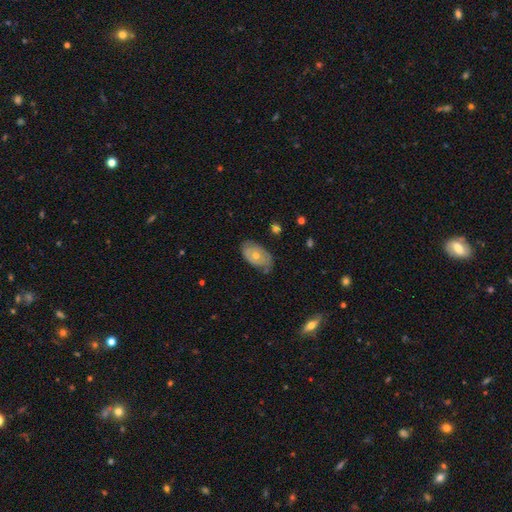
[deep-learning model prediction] A featured or disk galaxy (55%). Merging: none (70%).